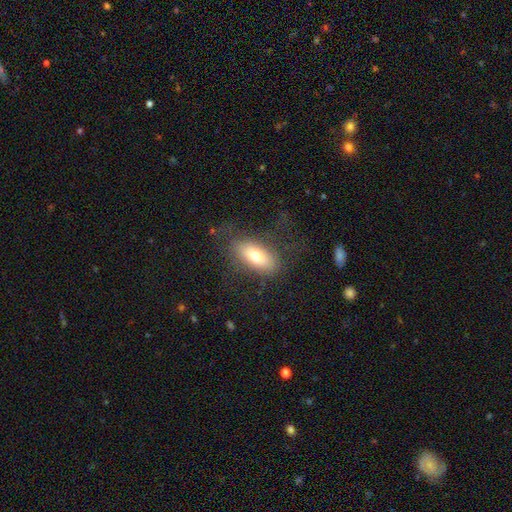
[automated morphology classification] type=smooth (70%); roundness=in between (85%); merging=none (69%).